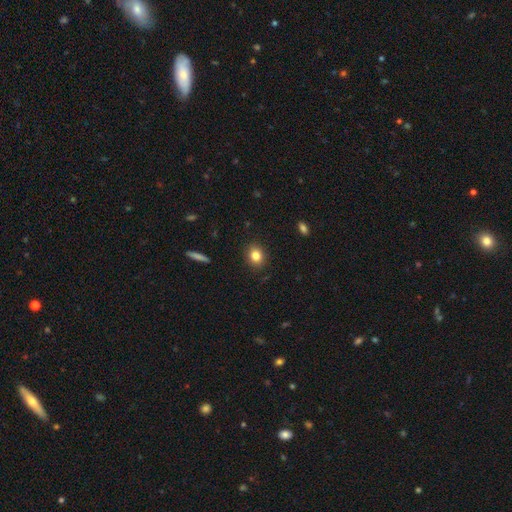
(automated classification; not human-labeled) Smooth or featured?
  - smooth: 82% *
  - star or artifact: 10%
  - featured or disk: 7%
How rounded?
  - round: 66% *
  - in between: 33%
  - cigar-shaped: 1%
Merging?
  - none: 89% *
  - minor disturbance: 8%
  - major disturbance: 2%
  - merger: 1%